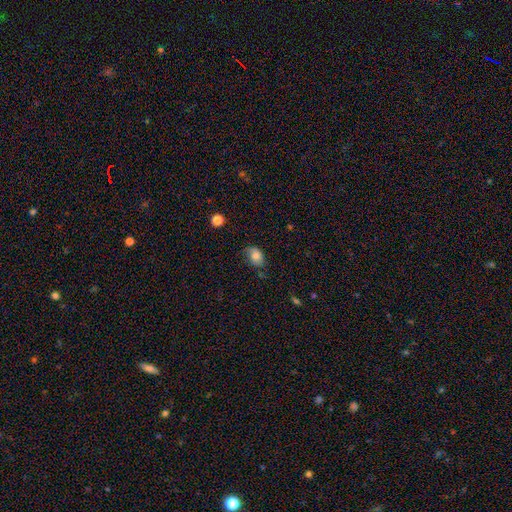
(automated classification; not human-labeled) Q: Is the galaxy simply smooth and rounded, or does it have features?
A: smooth — 74%.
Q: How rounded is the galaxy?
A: in between — 71%.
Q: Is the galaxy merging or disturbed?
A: none — 55%.